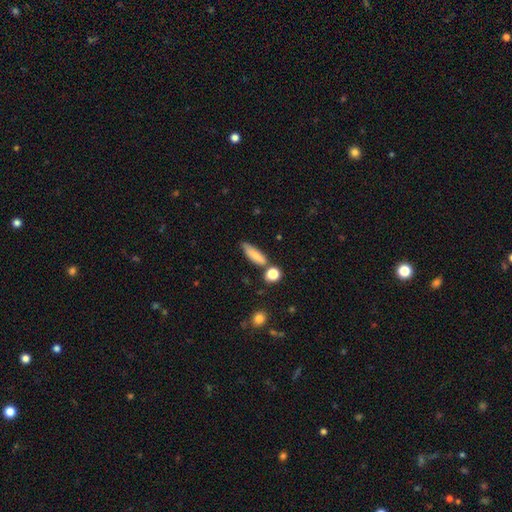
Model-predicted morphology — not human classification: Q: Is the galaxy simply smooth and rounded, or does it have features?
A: smooth — 79%.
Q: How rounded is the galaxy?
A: cigar-shaped — 49%.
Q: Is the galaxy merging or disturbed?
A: none — 58%.